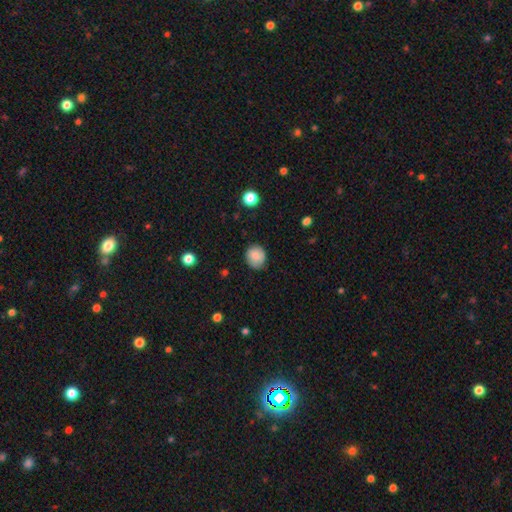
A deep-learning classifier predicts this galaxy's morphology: type=smooth (82%); roundness=round (78%); merging=none (78%).